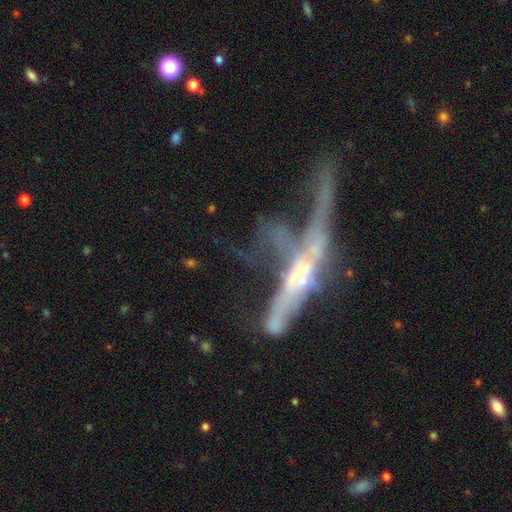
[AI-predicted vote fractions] This appears to be a featured or disk galaxy (67%) viewed edge-on (57%). Merging: major disturbance (39%).